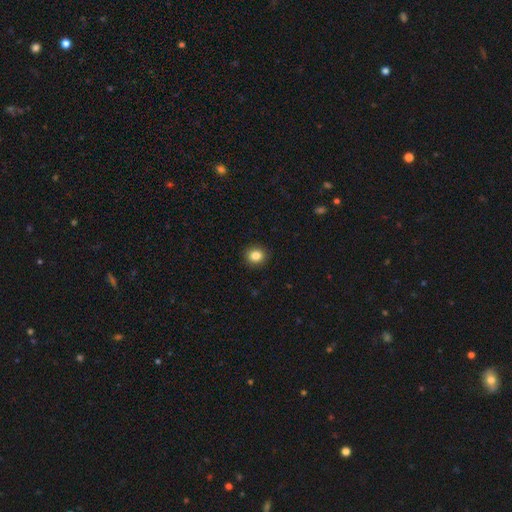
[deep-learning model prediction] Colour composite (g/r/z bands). It shows a smooth galaxy with no disk features (86%) that is round (79%). Merging: none (91%).